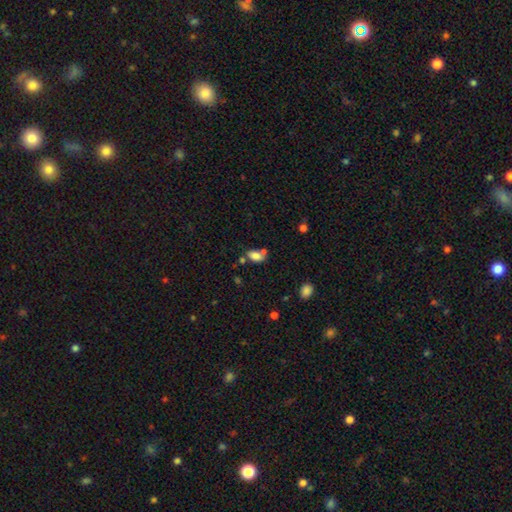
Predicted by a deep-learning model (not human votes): The model was most divided on "merging": none: 42%, merger: 33%, minor disturbance: 18%, major disturbance: 8%. More confident: how rounded — in between (87%); smooth or featured — smooth (78%).